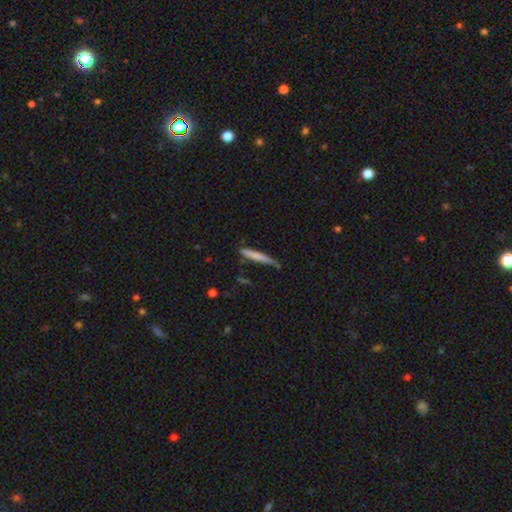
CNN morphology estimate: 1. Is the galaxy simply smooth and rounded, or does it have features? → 69% smooth, 24% featured or disk, 6% star or artifact.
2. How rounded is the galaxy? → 94% cigar-shaped, 4% in between, 1% round.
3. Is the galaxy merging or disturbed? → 69% none, 23% minor disturbance, 4% major disturbance, 4% merger.